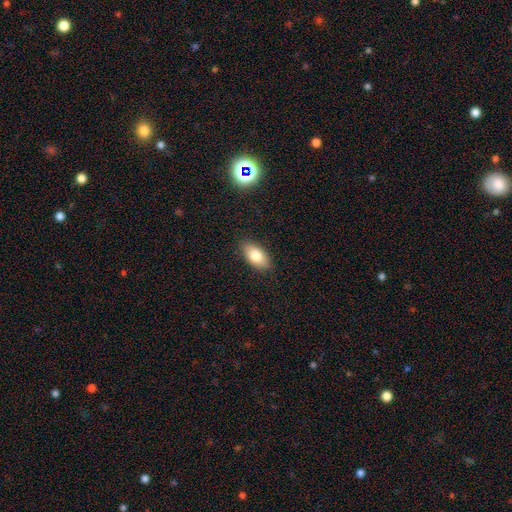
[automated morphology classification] smooth-or-featured: smooth: 81% | featured or disk: 12% | star or artifact: 8%
  how-rounded: in between: 93% | round: 4% | cigar-shaped: 3%
  merging: none: 87% | minor disturbance: 10% | major disturbance: 2% | merger: 1%